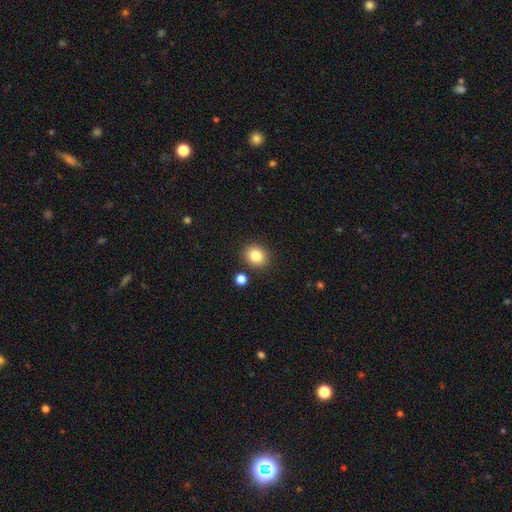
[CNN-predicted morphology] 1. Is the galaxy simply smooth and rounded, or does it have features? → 84% smooth, 10% star or artifact, 6% featured or disk.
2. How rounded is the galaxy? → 73% round, 26% in between, 1% cigar-shaped.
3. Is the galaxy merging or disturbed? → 86% none, 7% minor disturbance, 4% merger, 2% major disturbance.